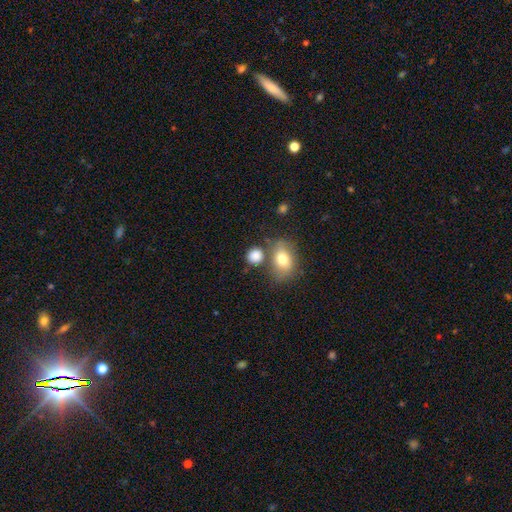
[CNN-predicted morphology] This appears to be a smooth galaxy with no disk features (83%) that is round (71%). Merging: none (65%).